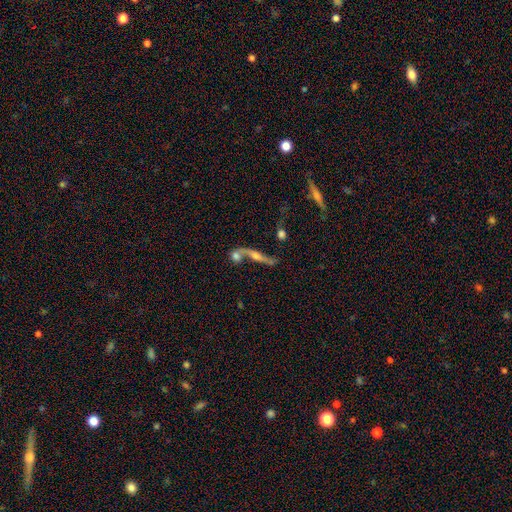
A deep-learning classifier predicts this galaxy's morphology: This appears to be a featured or disk galaxy (66%) viewed edge-on (56%). Merging: merger (44%).